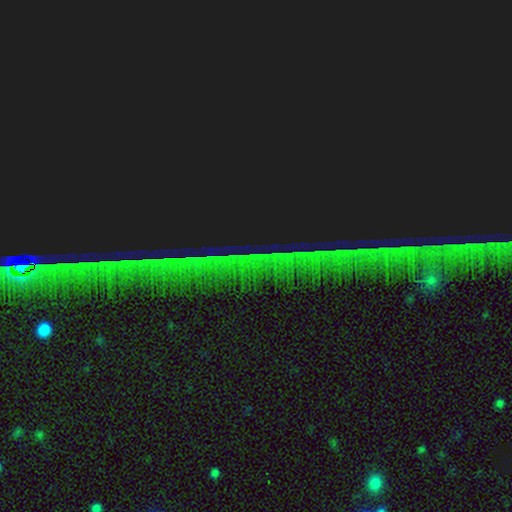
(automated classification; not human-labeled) Smooth or featured? star or artifact (84%)